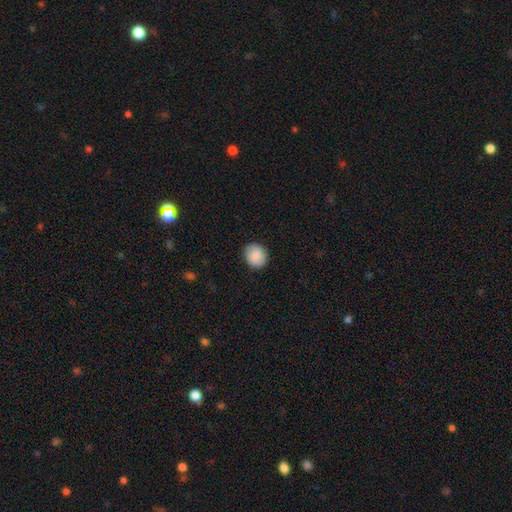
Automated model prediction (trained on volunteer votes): Smooth or featured? smooth (86%)
How rounded? round (73%)
Merging? none (86%)